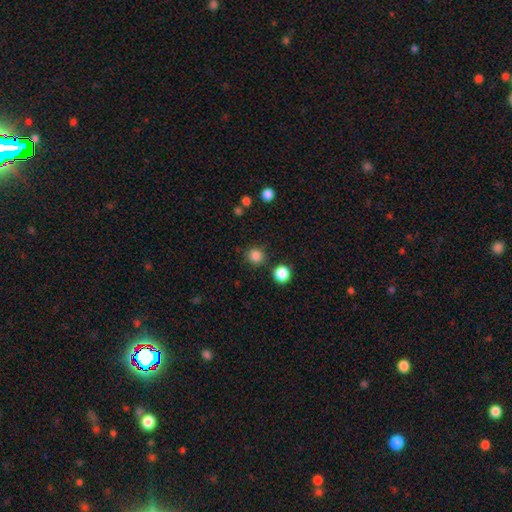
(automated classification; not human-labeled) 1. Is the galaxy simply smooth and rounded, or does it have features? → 84% smooth, 12% star or artifact, 3% featured or disk.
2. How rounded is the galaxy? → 92% round, 7% in between, 1% cigar-shaped.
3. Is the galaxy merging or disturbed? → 85% none, 7% minor disturbance, 4% merger, 3% major disturbance.